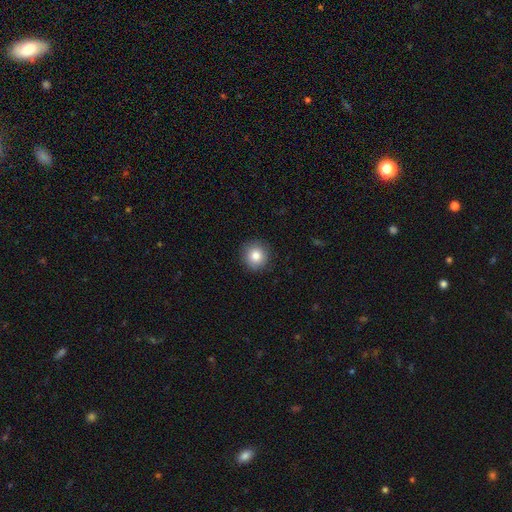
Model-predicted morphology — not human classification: Smooth or featured: smooth — 83% (star or artifact — 9%)
How rounded: round — 93% (in between — 6%)
Merging: none — 91% (minor disturbance — 6%)